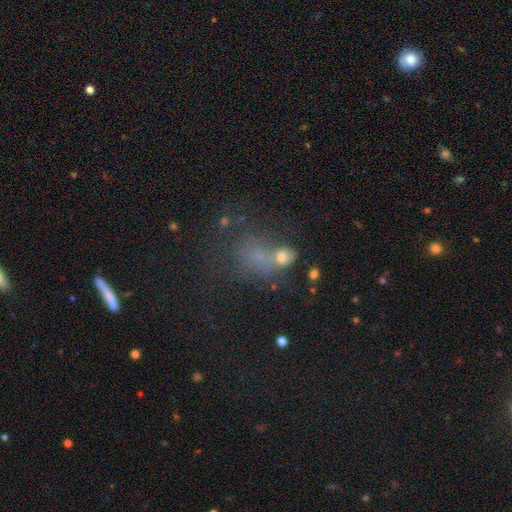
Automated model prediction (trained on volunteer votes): This appears to be a smooth galaxy with no disk features (51%) that is in between round and cigar-shaped (61%). Merging: none (30%).